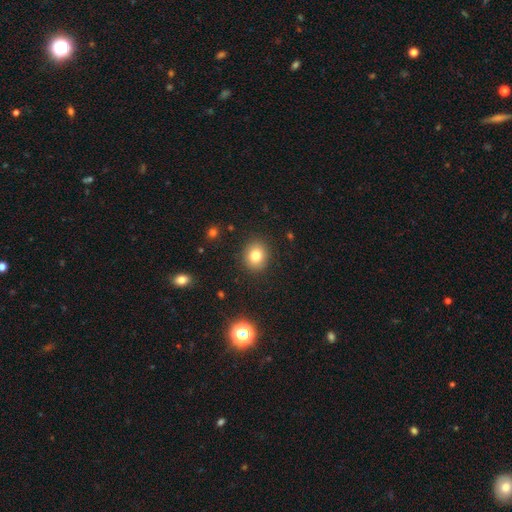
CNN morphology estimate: This appears to be a smooth galaxy with no disk features (80%) that is round (74%). Merging: none (89%).